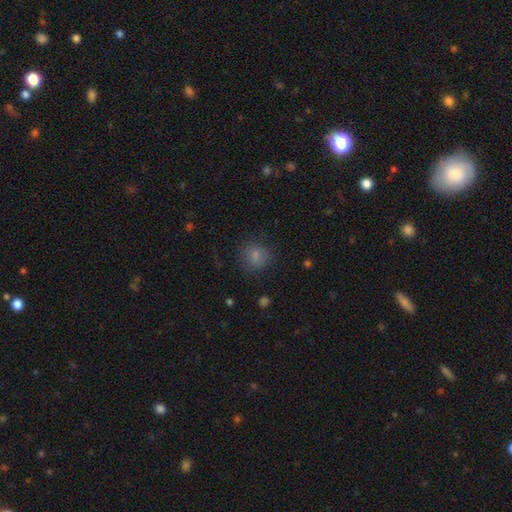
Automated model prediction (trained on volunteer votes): Smooth or featured? smooth (80%)
How rounded? round (79%)
Merging? none (77%)